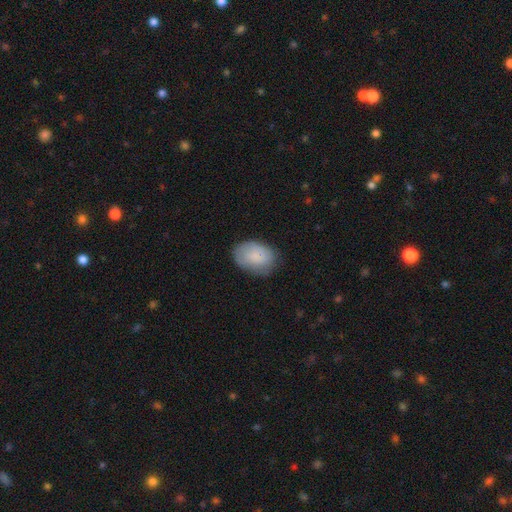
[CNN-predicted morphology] smooth 78%, featured or disk 15%, star or artifact 7%. Down the decision tree: how rounded — in between (83%); merging — none (72%).